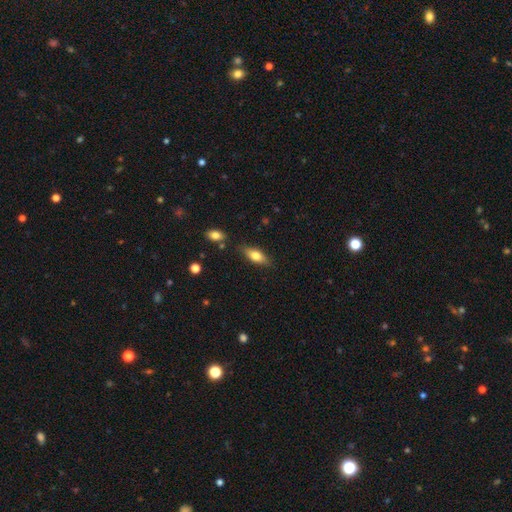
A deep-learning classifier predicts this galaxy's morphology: Smooth or featured: smooth — 69% (featured or disk — 24%)
How rounded: in between — 73% (cigar-shaped — 24%)
Merging: none — 81% (minor disturbance — 13%)